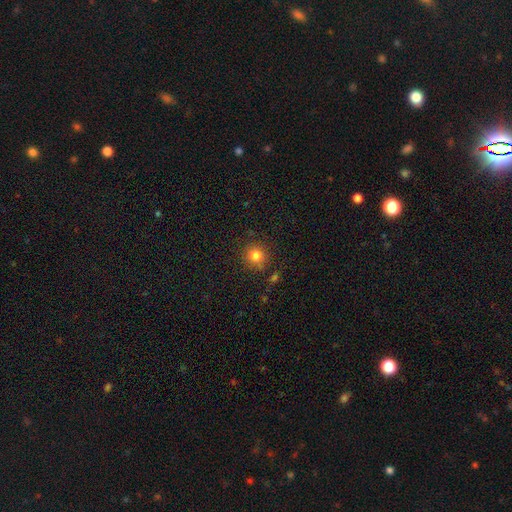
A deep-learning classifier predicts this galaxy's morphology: Smooth or featured? smooth (82%)
How rounded? round (90%)
Merging? none (84%)